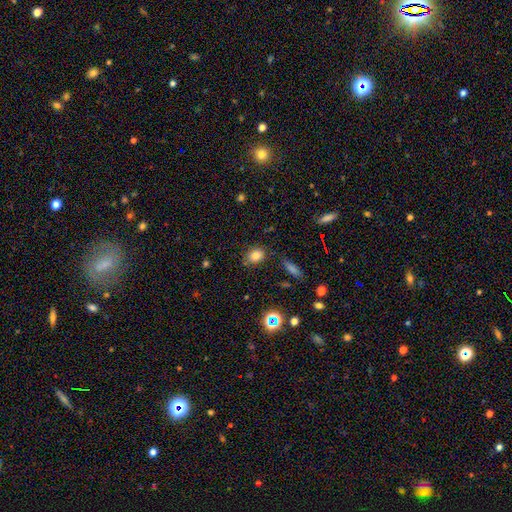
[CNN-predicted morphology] Smooth or featured? smooth (80%)
How rounded? in between (56%)
Merging? none (79%)